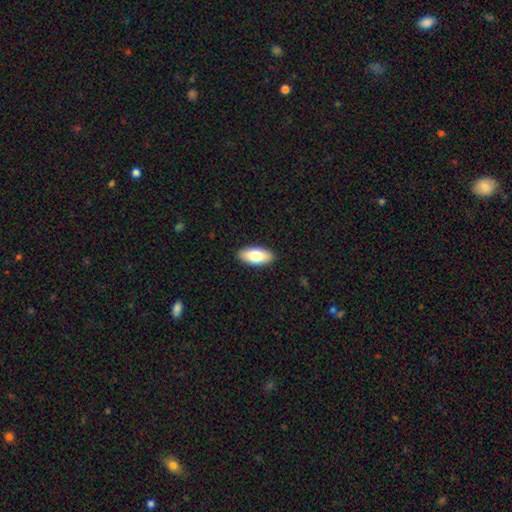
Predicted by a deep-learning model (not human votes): A smooth galaxy with no disk features (78%) that is in between round and cigar-shaped (89%).

Vote fractions:
- Smooth or featured? smooth: 78% / featured or disk: 16% / star or artifact: 6%
- How rounded? in between: 89% / cigar-shaped: 8% / round: 2%
- Merging? none: 90% / minor disturbance: 7% / major disturbance: 2% / merger: 1%